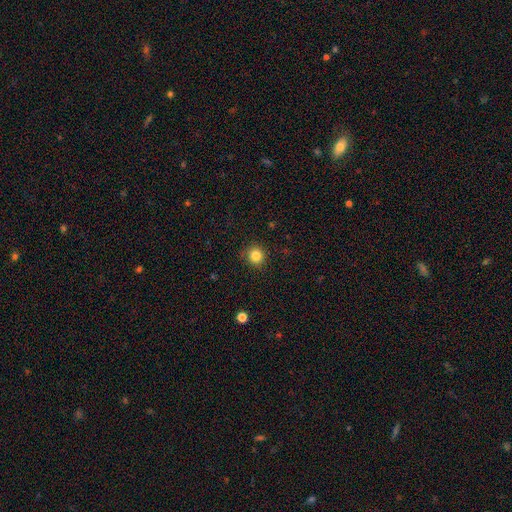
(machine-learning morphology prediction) type=smooth (84%); roundness=round (91%); merging=none (89%).